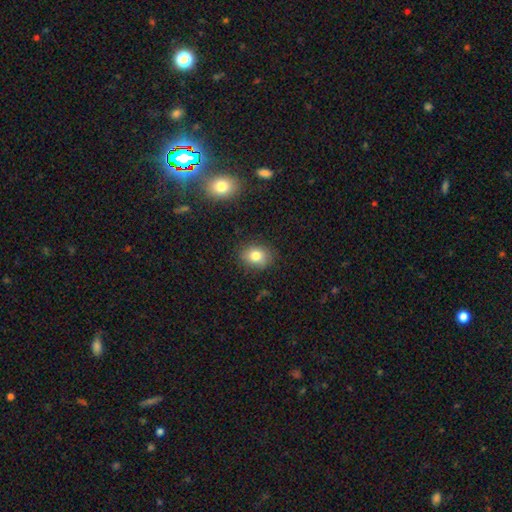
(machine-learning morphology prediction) smooth-or-featured: smooth: 81% | star or artifact: 11% | featured or disk: 8%
  how-rounded: round: 51% | in between: 48% | cigar-shaped: 1%
  merging: none: 84% | minor disturbance: 11% | major disturbance: 3% | merger: 2%